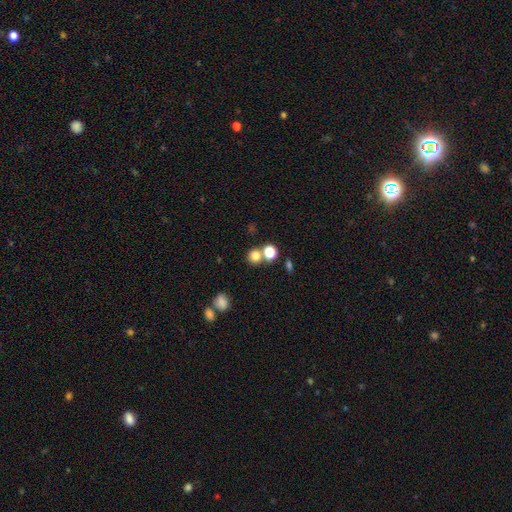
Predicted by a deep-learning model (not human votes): Overall: smooth (77%). How rounded: round (85%). Merging: none (59%; merger 30%).